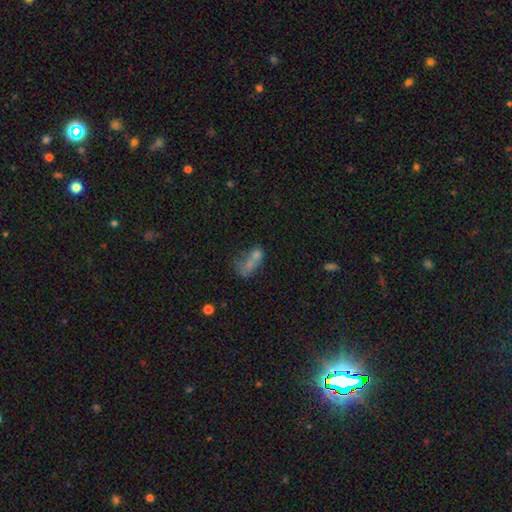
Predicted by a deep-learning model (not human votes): Smooth or featured?
  - smooth: 59% *
  - featured or disk: 25%
  - star or artifact: 16%
How rounded?
  - in between: 77% *
  - round: 12%
  - cigar-shaped: 11%
Merging?
  - merger: 41% *
  - major disturbance: 24%
  - none: 21%
  - minor disturbance: 13%